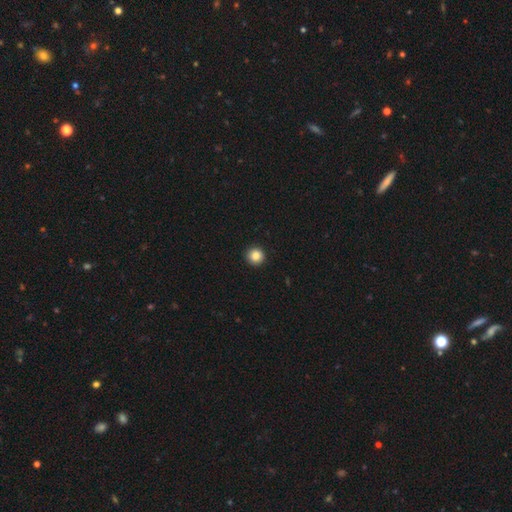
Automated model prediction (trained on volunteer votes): smooth 86%, star or artifact 10%, featured or disk 4%. Down the decision tree: how rounded — round (96%); merging — none (94%).